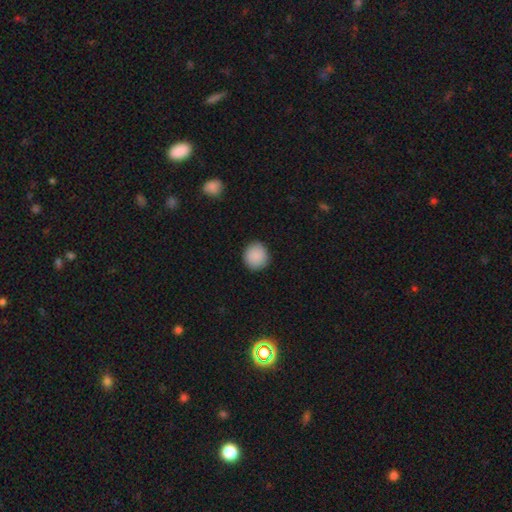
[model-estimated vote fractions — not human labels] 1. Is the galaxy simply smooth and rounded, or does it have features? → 90% smooth, 7% star or artifact, 3% featured or disk.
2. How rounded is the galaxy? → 92% round, 7% in between, 1% cigar-shaped.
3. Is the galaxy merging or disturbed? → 90% none, 7% minor disturbance, 2% major disturbance, 1% merger.